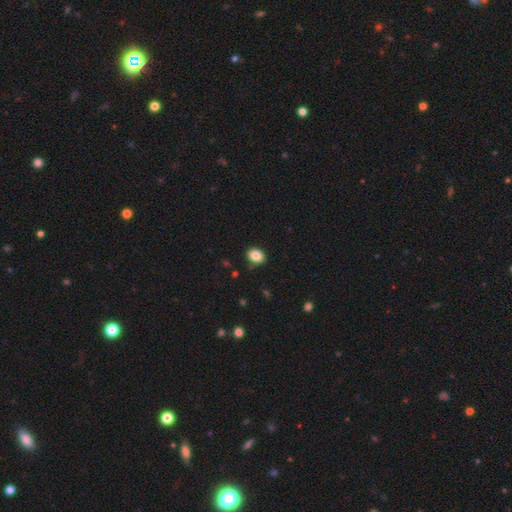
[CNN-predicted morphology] The model was most divided on "how rounded": in between: 64%, round: 35%, cigar-shaped: 1%. More confident: merging — none (87%); smooth or featured — smooth (85%).